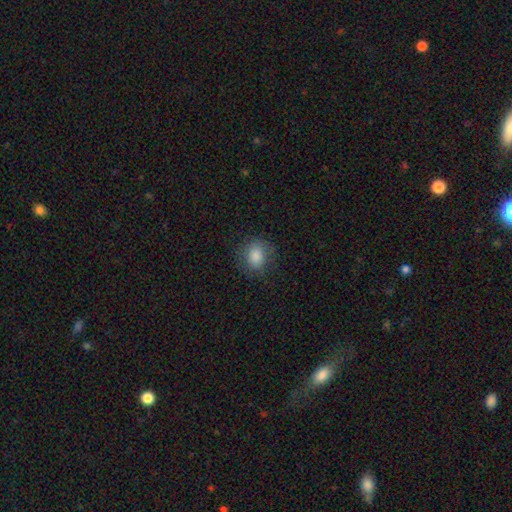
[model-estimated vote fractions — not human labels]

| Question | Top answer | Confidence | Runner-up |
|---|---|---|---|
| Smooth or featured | smooth | 82% | star or artifact (10%) |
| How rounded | round | 60% | in between (39%) |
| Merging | none | 79% | minor disturbance (14%) |